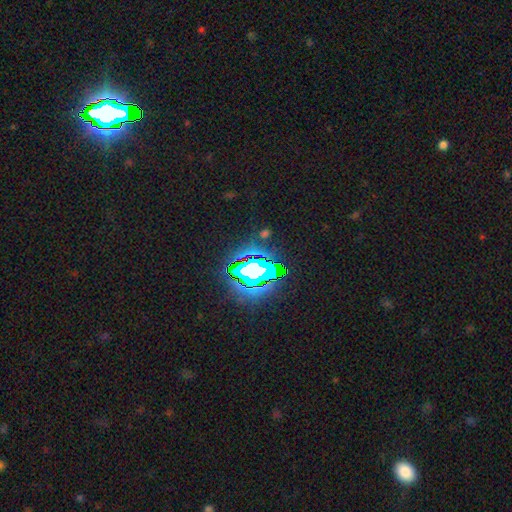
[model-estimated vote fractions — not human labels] This appears to be a star or artifact, not a galaxy (84%).